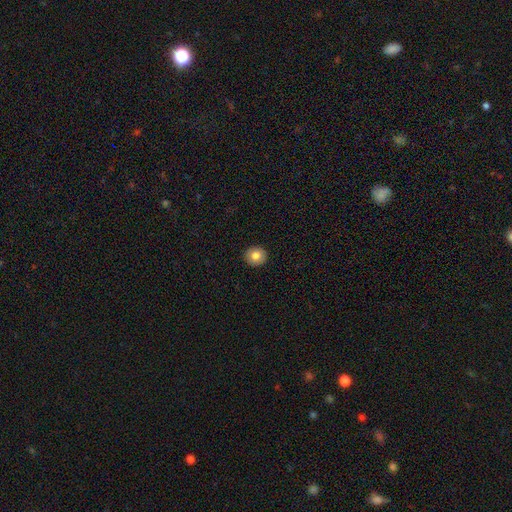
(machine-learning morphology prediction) A smooth galaxy with no disk features (80%) that is round (90%).

Vote fractions:
- Smooth or featured? smooth: 80% / featured or disk: 12% / star or artifact: 8%
- How rounded? round: 90% / in between: 10% / cigar-shaped: 1%
- Merging? none: 92% / minor disturbance: 5% / major disturbance: 1% / merger: 1%